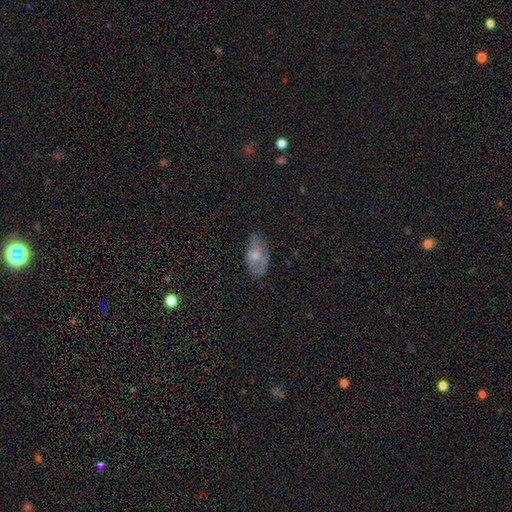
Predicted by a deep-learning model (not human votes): This appears to be a smooth galaxy with no disk features (54%) that is in between round and cigar-shaped (91%). Merging: none (59%).